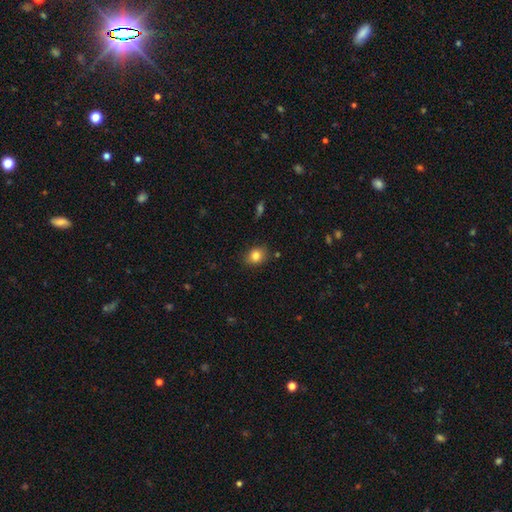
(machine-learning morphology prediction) Smooth or featured?
  - smooth: 83% *
  - star or artifact: 10%
  - featured or disk: 7%
How rounded?
  - round: 56% *
  - in between: 43%
  - cigar-shaped: 1%
Merging?
  - none: 81% *
  - minor disturbance: 14%
  - major disturbance: 3%
  - merger: 2%